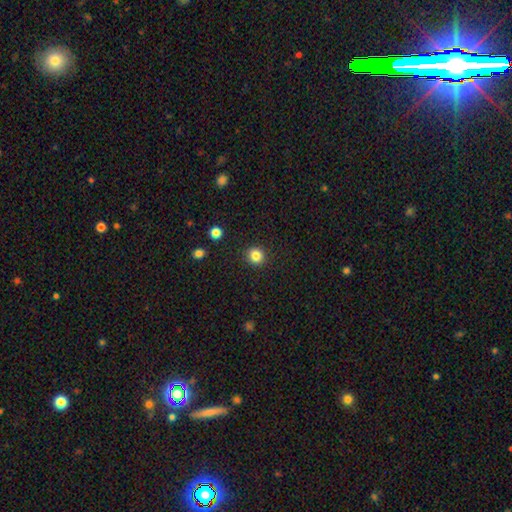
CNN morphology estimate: The model was most divided on "smooth or featured": smooth: 84%, star or artifact: 11%, featured or disk: 5%. More confident: merging — none (91%); how rounded — round (89%).